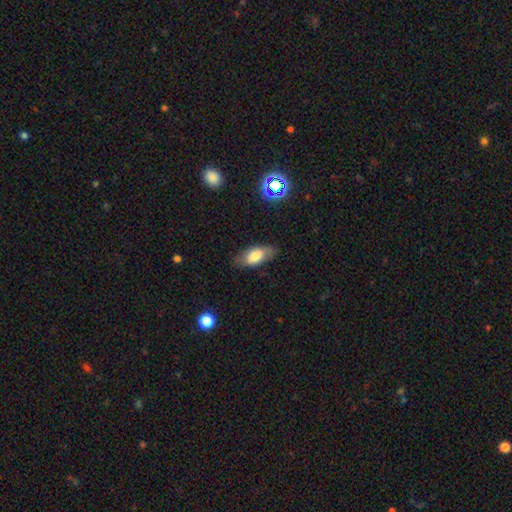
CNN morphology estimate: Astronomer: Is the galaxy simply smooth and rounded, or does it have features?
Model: smooth — 73%.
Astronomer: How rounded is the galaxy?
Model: in between — 87%.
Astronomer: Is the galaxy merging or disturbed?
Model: none — 75%.